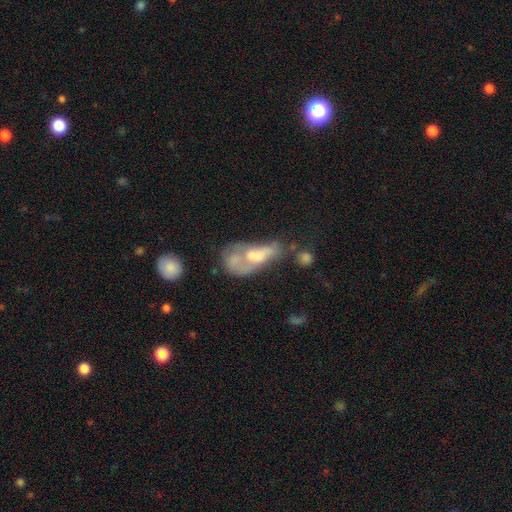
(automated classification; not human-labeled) Smooth or featured? featured or disk (45%)
Merging? merger (44%)